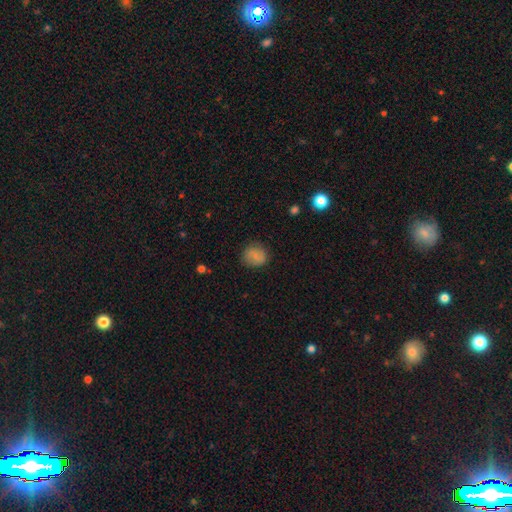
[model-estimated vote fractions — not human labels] Smooth or featured? Predicted: smooth (p=0.79). How rounded? Predicted: round (p=0.78). Merging? Predicted: none (p=0.79).